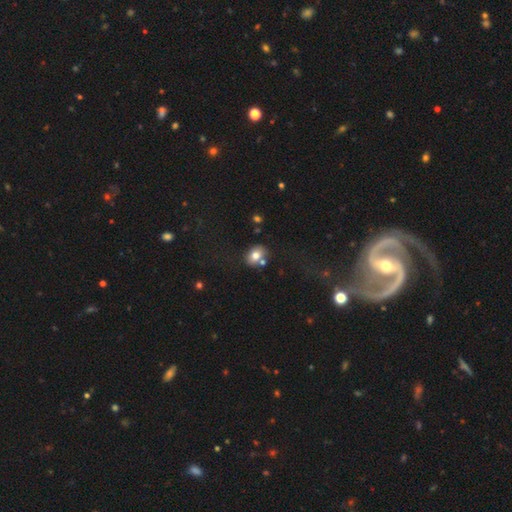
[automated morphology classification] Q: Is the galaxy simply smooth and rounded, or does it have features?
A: smooth — 76%.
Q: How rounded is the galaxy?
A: in between — 65%.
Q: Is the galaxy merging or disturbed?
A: none — 62%.